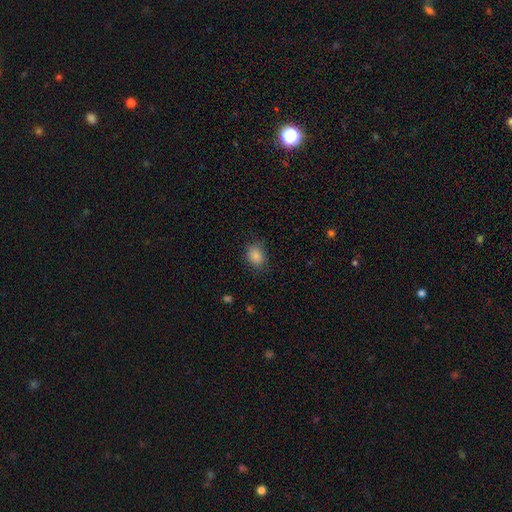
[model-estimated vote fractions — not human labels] This appears to be a smooth galaxy with no disk features (86%) that is in between round and cigar-shaped (62%). Merging: none (81%).